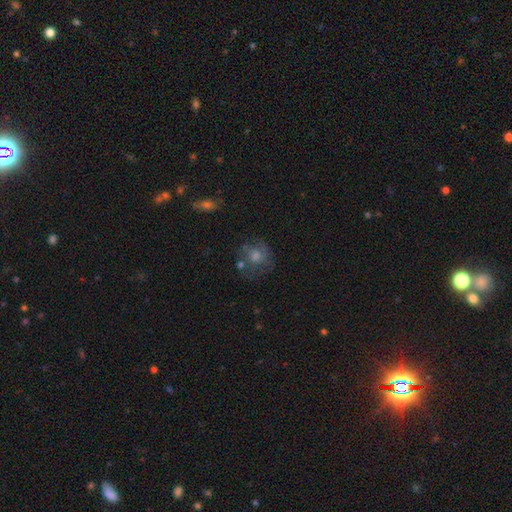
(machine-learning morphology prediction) This appears to be a smooth galaxy with no disk features (42%). Merging: none (64%).